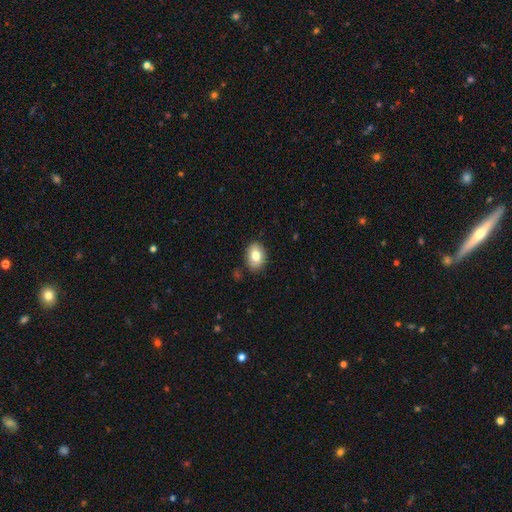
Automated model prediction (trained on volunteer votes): smooth 80%, featured or disk 12%, star or artifact 8%. Down the decision tree: how rounded — in between (77%); merging — none (85%).